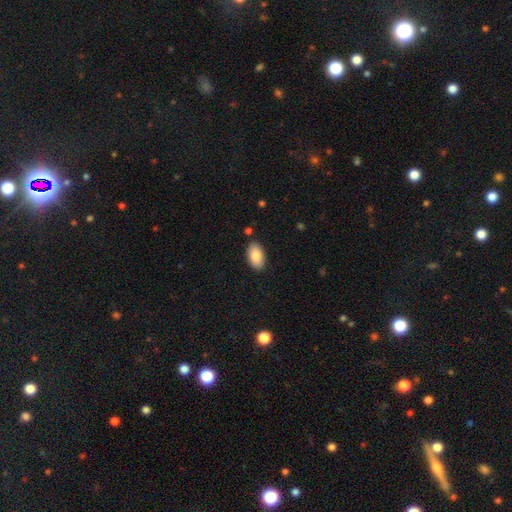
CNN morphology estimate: The model was most divided on "merging": none: 87%, minor disturbance: 9%, major disturbance: 2%, merger: 2%. More confident: how rounded — in between (95%); smooth or featured — smooth (87%).